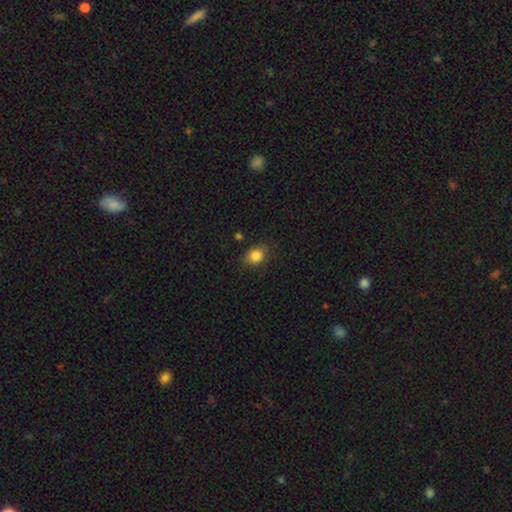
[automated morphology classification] A smooth galaxy with no disk features (84%) that is in between round and cigar-shaped (61%). Merging: none (82%).